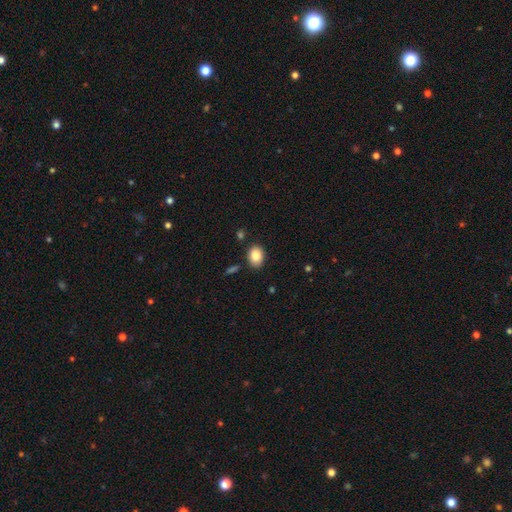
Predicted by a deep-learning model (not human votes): Smooth or featured? smooth (87%)
How rounded? in between (70%)
Merging? none (85%)